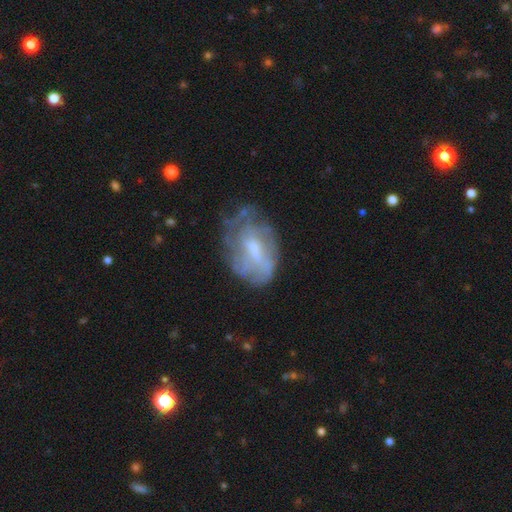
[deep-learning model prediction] Overall: featured or disk (64%; smooth 27%). Edge-on disk: no (95%). Bar: weak (48%; no 41%). Spiral arms: yes (62%; no 38%). Bulge size: moderate (43%; small 41%). Merging: none (58%; minor disturbance 26%).